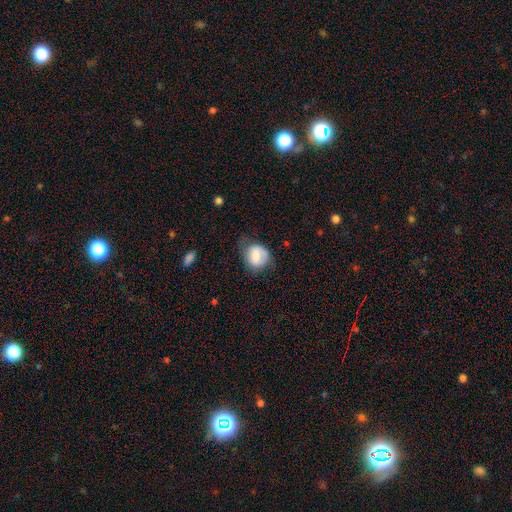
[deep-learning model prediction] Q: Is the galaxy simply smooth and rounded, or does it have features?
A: smooth — 67%.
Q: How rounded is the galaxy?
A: round — 62%.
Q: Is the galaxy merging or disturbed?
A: none — 47%.